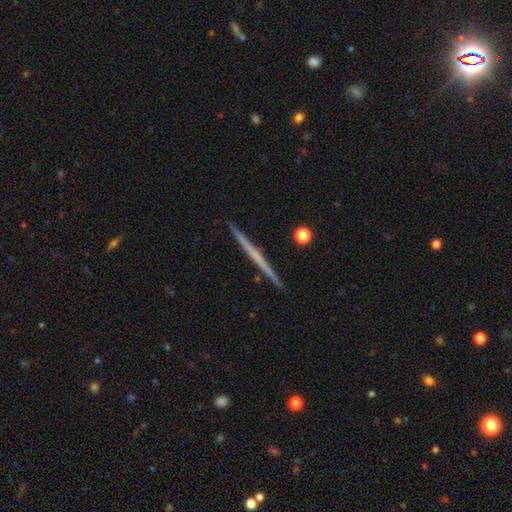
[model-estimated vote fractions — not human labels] Morphology: type=featured or disk (62%); edge-on=yes (98%); edge-on bulge=none (85%); merging=none (93%).